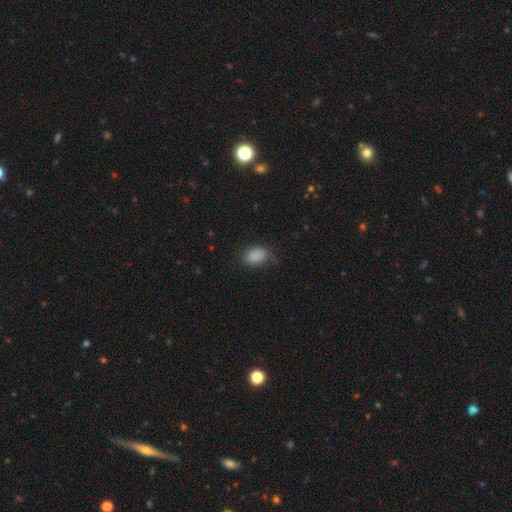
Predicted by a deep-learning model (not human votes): Smooth or featured? Predicted: smooth (p=0.86). How rounded? Predicted: in between (p=0.83). Merging? Predicted: none (p=0.61).